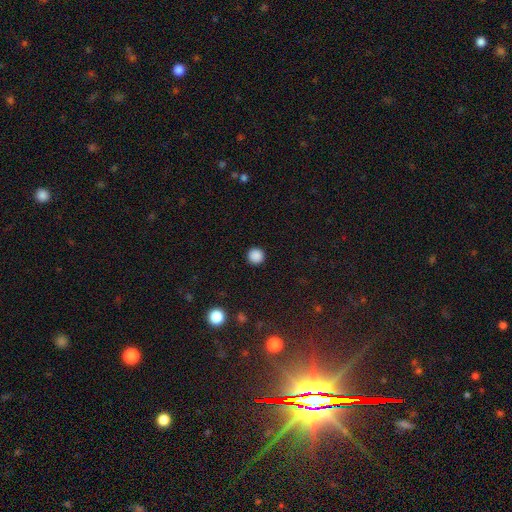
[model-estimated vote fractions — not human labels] This is clearly a smooth galaxy (88%). How rounded: clearly round (96%). Merging: clearly none (93%).